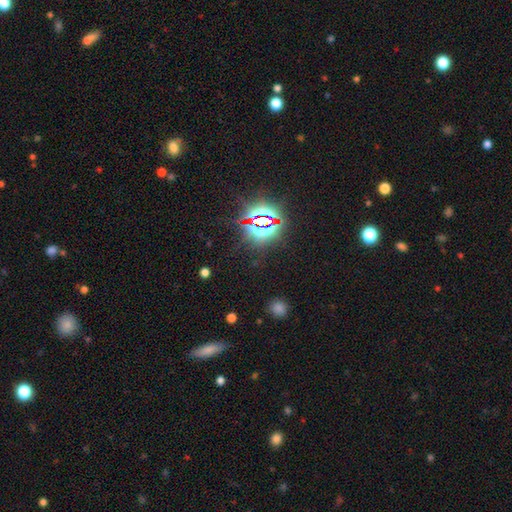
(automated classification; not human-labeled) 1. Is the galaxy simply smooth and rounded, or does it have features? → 78% star or artifact, 14% smooth, 8% featured or disk.